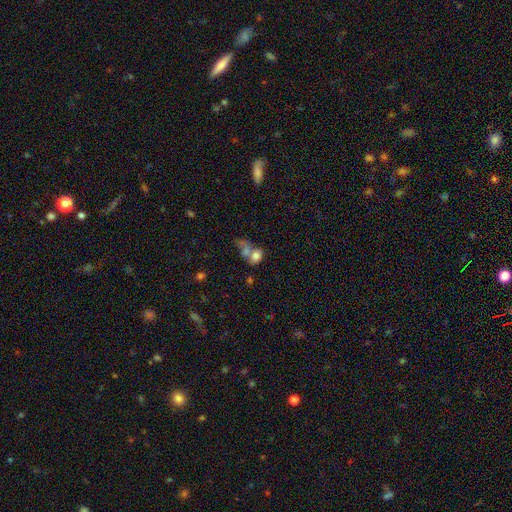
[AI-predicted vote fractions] smooth_or_featured: smooth (p=0.74) [alt: featured or disk p=0.15]
how_rounded: in between (p=0.70) [alt: round p=0.28]
merging: merger (p=0.57) [alt: none p=0.24]